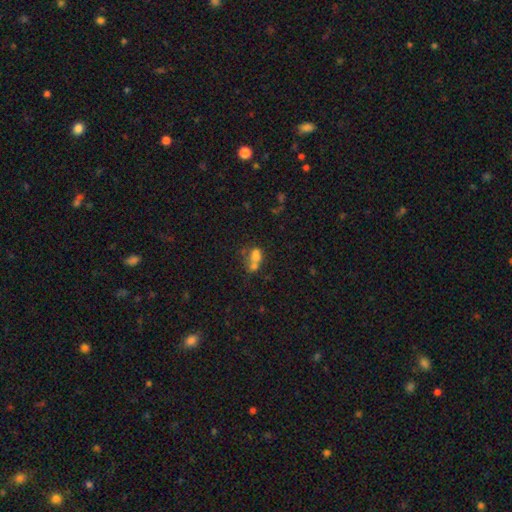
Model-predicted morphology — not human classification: Smooth or featured? Predicted: smooth (p=0.64). How rounded? Predicted: in between (p=0.64). Merging? Predicted: merger (p=0.57).